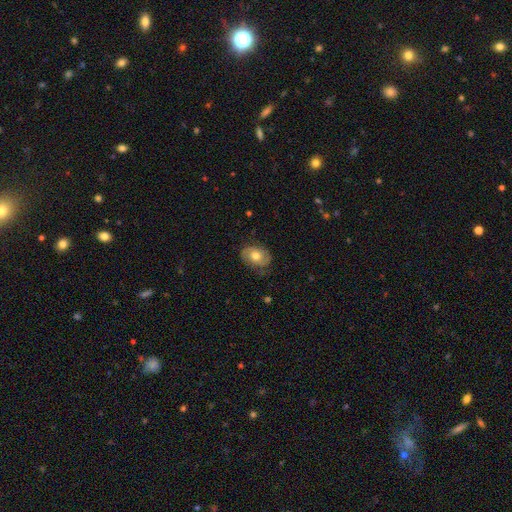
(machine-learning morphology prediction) Smooth or featured?
  - smooth: 53% *
  - featured or disk: 39%
  - star or artifact: 8%
How rounded?
  - in between: 69% *
  - round: 29%
  - cigar-shaped: 1%
Merging?
  - none: 70% *
  - minor disturbance: 22%
  - major disturbance: 7%
  - merger: 1%